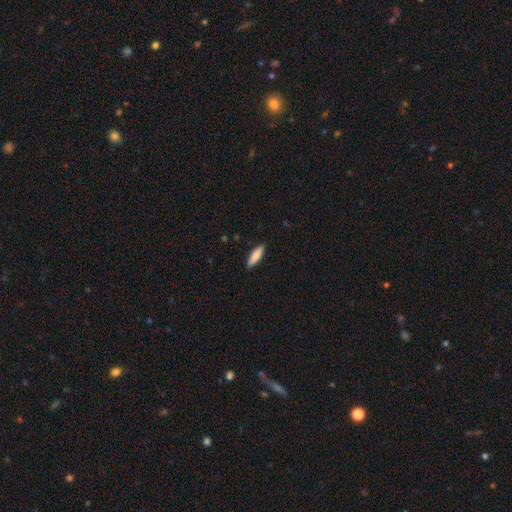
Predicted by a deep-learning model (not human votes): smooth_or_featured: smooth (p=0.83) [alt: featured or disk p=0.11]
how_rounded: cigar-shaped (p=0.61) [alt: in between p=0.38]
merging: none (p=0.89) [alt: minor disturbance p=0.08]